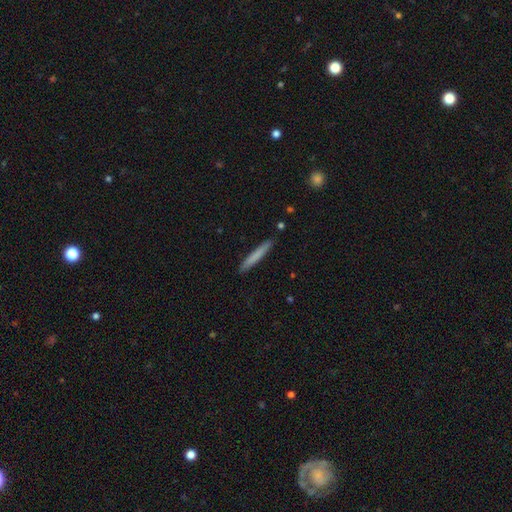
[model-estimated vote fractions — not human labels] Q: Smooth or featured?
A: smooth (74%); runner-up: featured or disk (21%)
Q: How rounded?
A: cigar-shaped (96%); runner-up: in between (3%)
Q: Merging?
A: none (89%); runner-up: minor disturbance (8%)